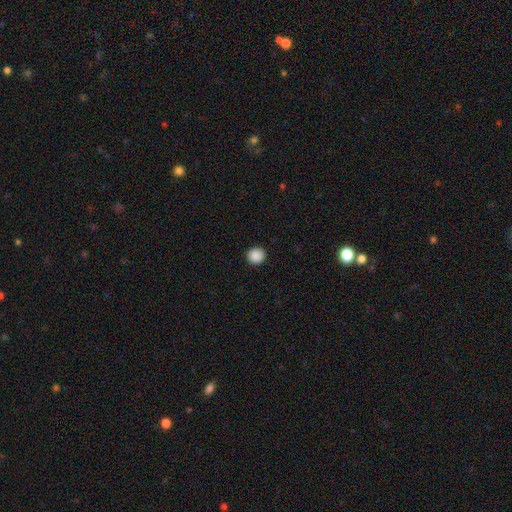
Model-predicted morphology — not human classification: smooth-or-featured: smooth: 89% | star or artifact: 9% | featured or disk: 2%
  how-rounded: round: 92% | in between: 7% | cigar-shaped: 1%
  merging: none: 92% | minor disturbance: 5% | major disturbance: 2% | merger: 1%